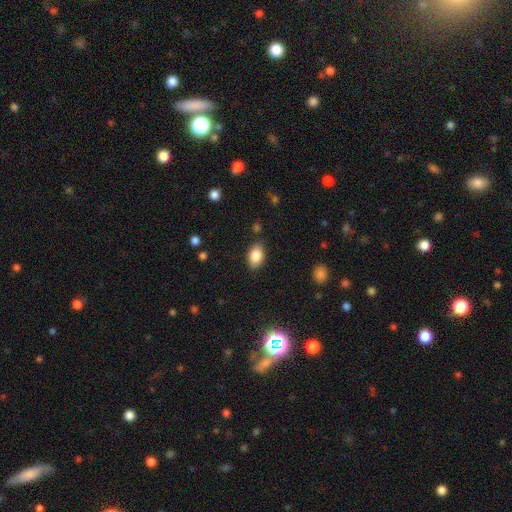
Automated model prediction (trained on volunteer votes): smooth 85%, star or artifact 8%, featured or disk 7%. Down the decision tree: how rounded — in between (89%); merging — none (84%).